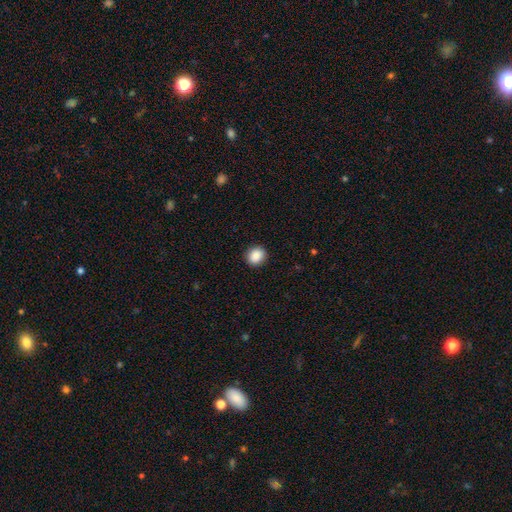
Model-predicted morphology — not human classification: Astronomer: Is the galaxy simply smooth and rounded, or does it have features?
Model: smooth — 87%.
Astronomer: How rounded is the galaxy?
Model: round — 78%.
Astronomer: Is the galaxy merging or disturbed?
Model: none — 92%.